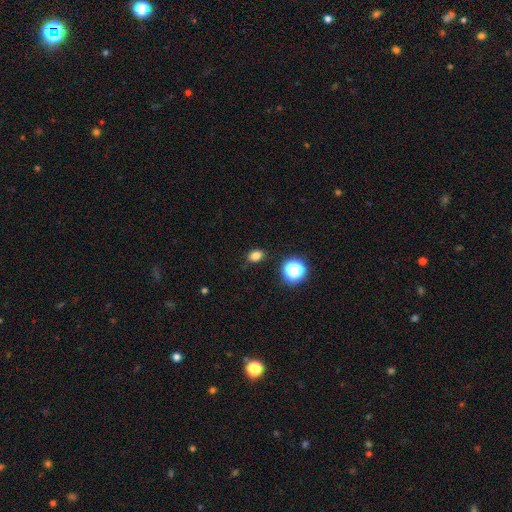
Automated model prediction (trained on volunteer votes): smooth-or-featured: smooth: 78% | star or artifact: 17% | featured or disk: 5%
  how-rounded: in between: 64% | round: 35% | cigar-shaped: 1%
  merging: none: 86% | minor disturbance: 10% | major disturbance: 3% | merger: 2%